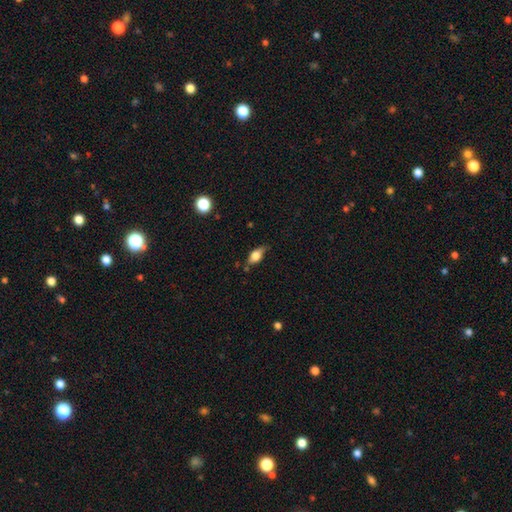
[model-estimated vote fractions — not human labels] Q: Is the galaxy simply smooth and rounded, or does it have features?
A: smooth — 72%.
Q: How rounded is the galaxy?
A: in between — 82%.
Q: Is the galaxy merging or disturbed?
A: none — 59%.